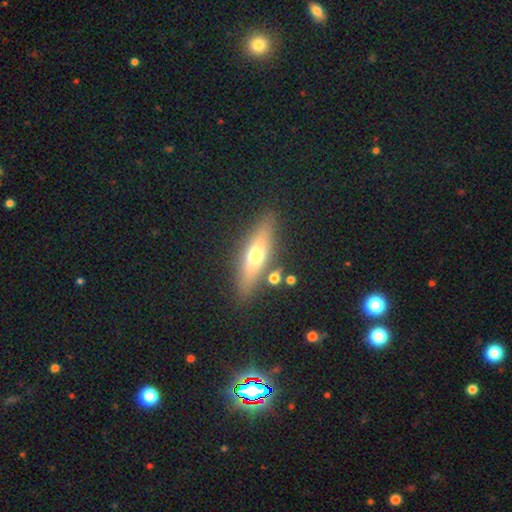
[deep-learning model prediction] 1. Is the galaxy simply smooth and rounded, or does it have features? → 49% smooth, 42% featured or disk, 9% star or artifact.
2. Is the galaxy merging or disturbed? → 83% none, 10% minor disturbance, 4% merger, 3% major disturbance.